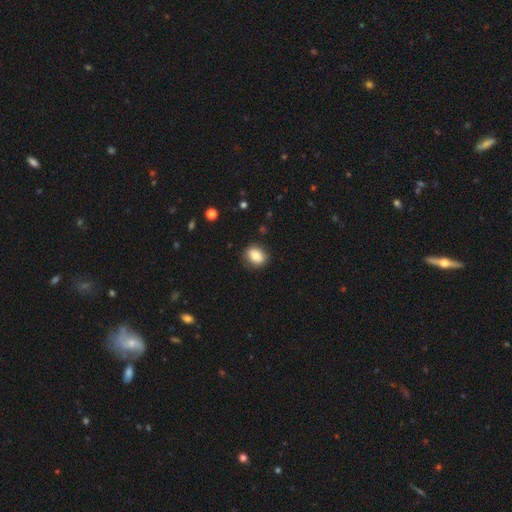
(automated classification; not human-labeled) Q: Smooth or featured?
A: smooth (81%); runner-up: featured or disk (10%)
Q: How rounded?
A: in between (52%); runner-up: round (47%)
Q: Merging?
A: none (87%); runner-up: minor disturbance (10%)